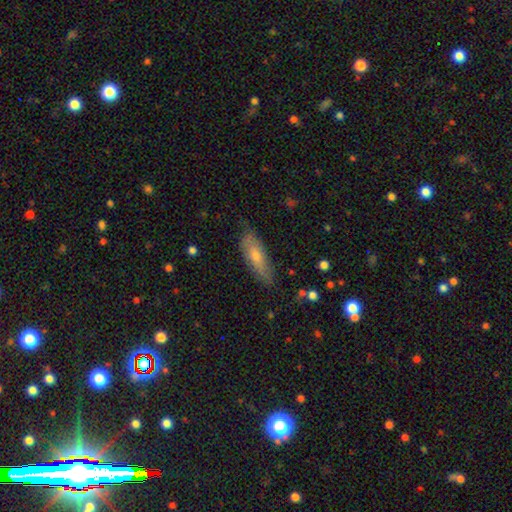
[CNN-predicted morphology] smooth_or_featured: smooth (p=0.57) [alt: featured or disk p=0.37]
how_rounded: in between (p=0.52) [alt: cigar-shaped p=0.46]
merging: none (p=0.74) [alt: minor disturbance p=0.20]